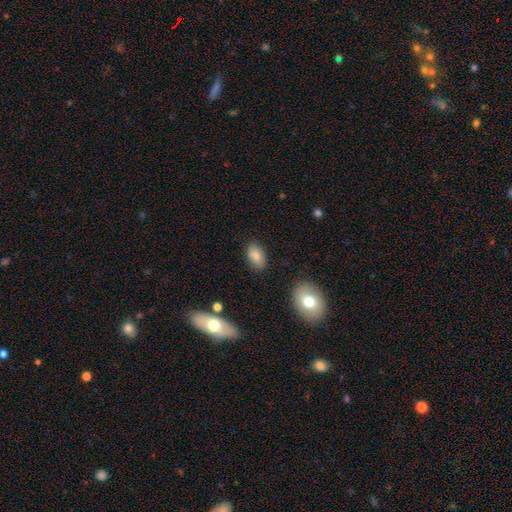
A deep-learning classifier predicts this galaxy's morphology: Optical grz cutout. It shows a smooth galaxy with no disk features (81%) that is in between round and cigar-shaped (91%). Merging: none (85%).